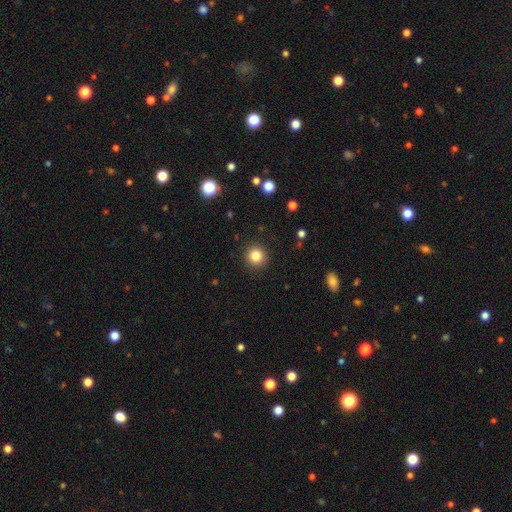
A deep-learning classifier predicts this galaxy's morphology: smooth 83%, star or artifact 11%, featured or disk 5%. Down the decision tree: how rounded — round (95%); merging — none (92%).